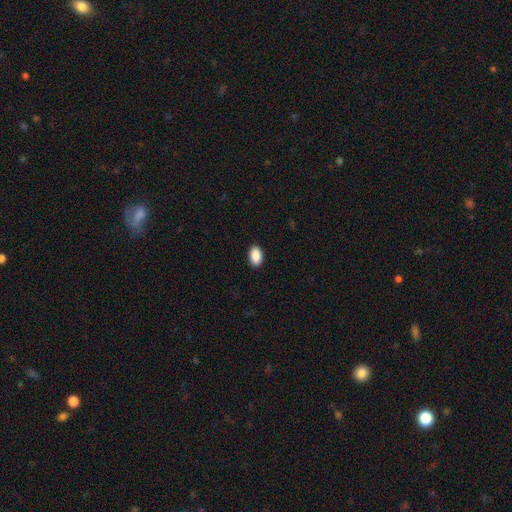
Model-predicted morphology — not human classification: type=smooth (91%); roundness=in between (93%); merging=none (90%).